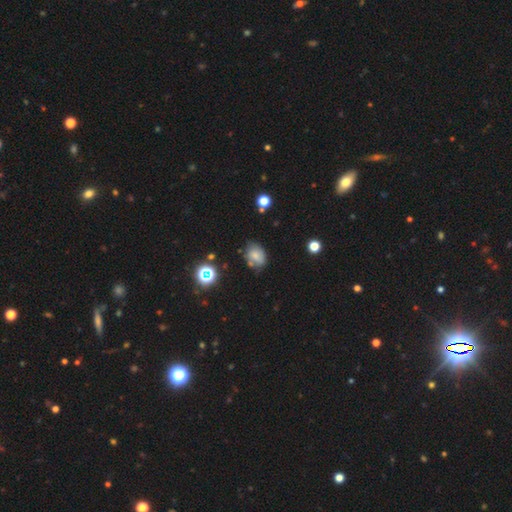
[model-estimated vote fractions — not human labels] Smooth or featured?
  - smooth: 71% *
  - featured or disk: 15%
  - star or artifact: 14%
How rounded?
  - in between: 65% *
  - round: 34%
  - cigar-shaped: 1%
Merging?
  - none: 60% *
  - minor disturbance: 26%
  - merger: 8%
  - major disturbance: 7%